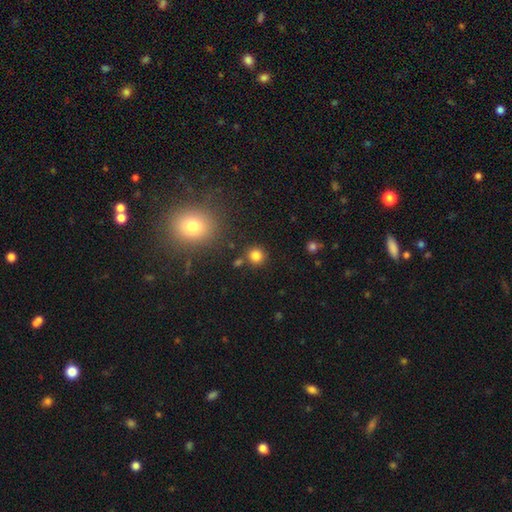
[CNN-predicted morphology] Smooth or featured? Predicted: smooth (p=0.82). How rounded? Predicted: round (p=0.92). Merging? Predicted: none (p=0.84).